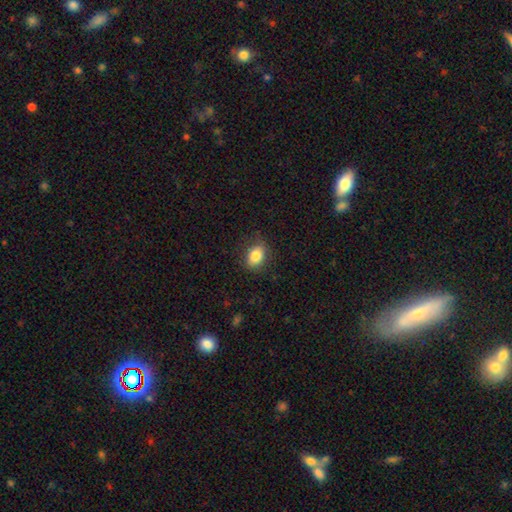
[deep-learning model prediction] Morphology: type=smooth (84%); roundness=in between (70%); merging=none (81%).